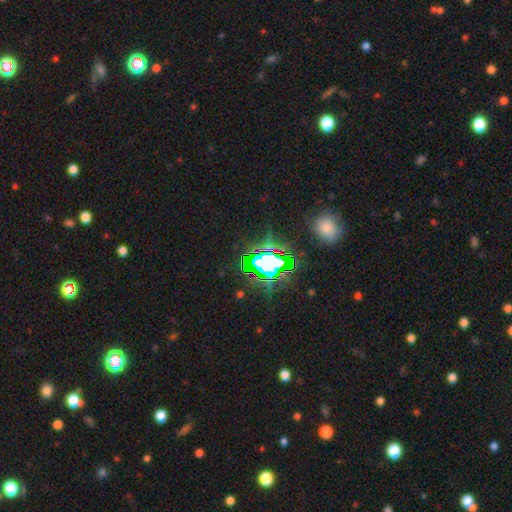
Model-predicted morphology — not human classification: A star or artifact, not a galaxy (76%).